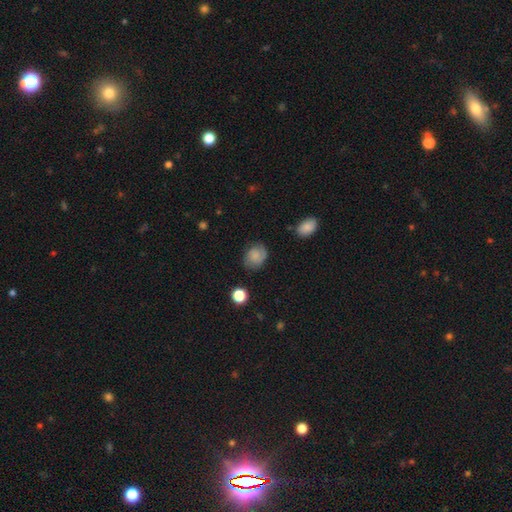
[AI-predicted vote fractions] Morphology: type=smooth (59%); roundness=in between (49%, tied with round); merging=none (71%).